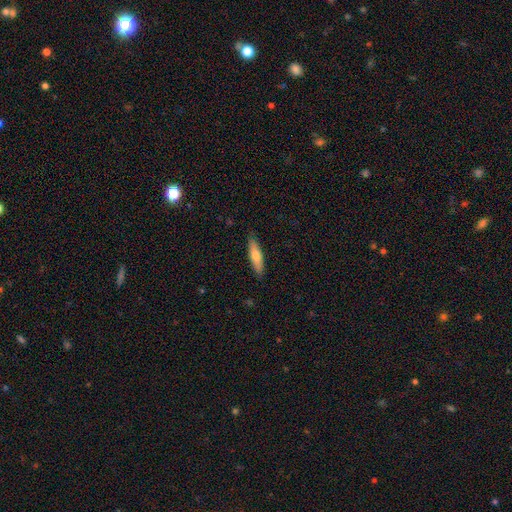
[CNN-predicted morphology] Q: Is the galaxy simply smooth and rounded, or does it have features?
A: smooth — 68%.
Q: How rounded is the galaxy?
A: cigar-shaped — 73%.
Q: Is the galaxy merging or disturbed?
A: none — 88%.